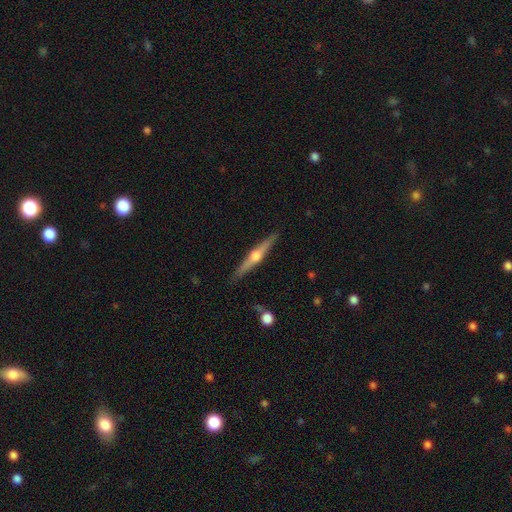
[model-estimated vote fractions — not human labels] smooth-or-featured: featured or disk: 78% | smooth: 17% | star or artifact: 5%
  disk-edge-on: yes: 98% | no: 2%
    edge-on-bulge: rounded: 94% | boxy: 3% | none: 3%
  merging: none: 90% | minor disturbance: 7% | major disturbance: 1% | merger: 1%